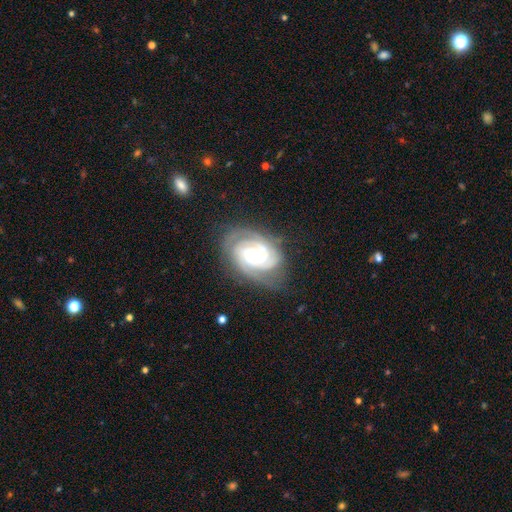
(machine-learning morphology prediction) Q: Smooth or featured?
A: featured or disk (90%); runner-up: smooth (6%)
Q: Edge-on disk?
A: no (97%); runner-up: yes (3%)
Q: Bar?
A: weak (44%); runner-up: no (38%)
Q: Spiral arms?
A: yes (98%); runner-up: no (2%)
Q: Spiral winding?
A: tight (73%); runner-up: medium (24%)
Q: Spiral arm count?
A: 2 (46%); runner-up: 3 (27%)
Q: Bulge size?
A: small (53%); runner-up: moderate (40%)
Q: Merging?
A: none (75%); runner-up: minor disturbance (17%)